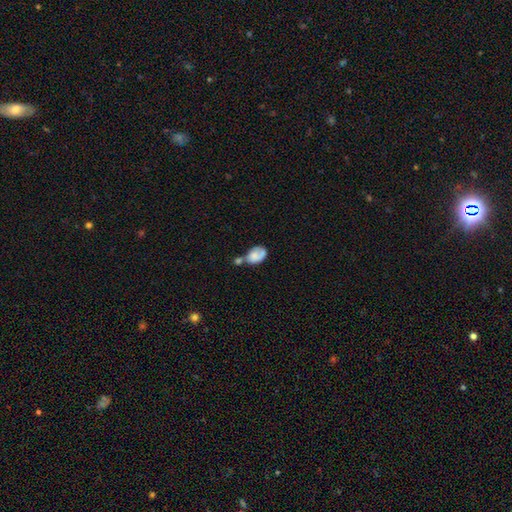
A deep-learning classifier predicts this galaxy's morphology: smooth-or-featured: smooth: 63% | featured or disk: 29% | star or artifact: 8%
  how-rounded: in between: 84% | round: 15% | cigar-shaped: 2%
  merging: merger: 47% | none: 22% | minor disturbance: 18% | major disturbance: 13%